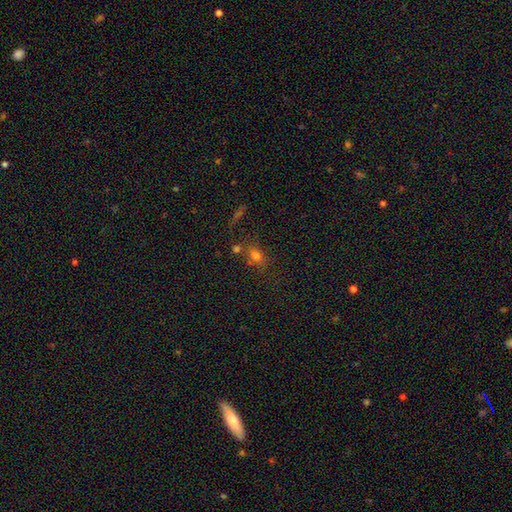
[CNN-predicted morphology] Smooth or featured? smooth (62%)
How rounded? round (49%)
Merging? none (60%)